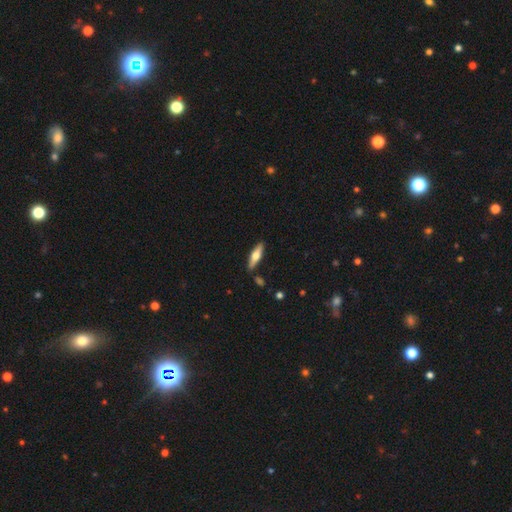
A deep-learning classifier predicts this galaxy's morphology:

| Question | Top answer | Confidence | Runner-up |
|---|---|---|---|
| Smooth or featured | smooth | 50% | featured or disk (45%) |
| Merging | none | 85% | minor disturbance (10%) |